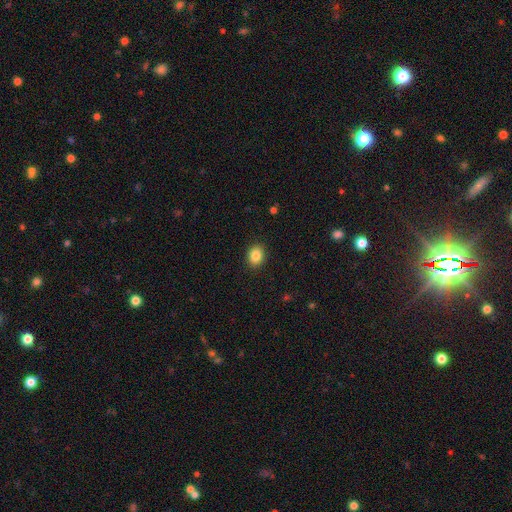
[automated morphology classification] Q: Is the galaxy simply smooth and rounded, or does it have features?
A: smooth — 85%.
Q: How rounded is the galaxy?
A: round — 55%.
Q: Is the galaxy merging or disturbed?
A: none — 91%.